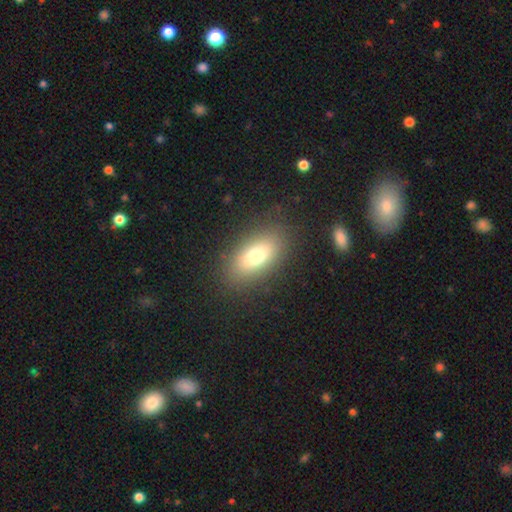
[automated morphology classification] This appears to be a smooth galaxy with no disk features (75%) that is in between round and cigar-shaped (86%). Merging: none (86%).